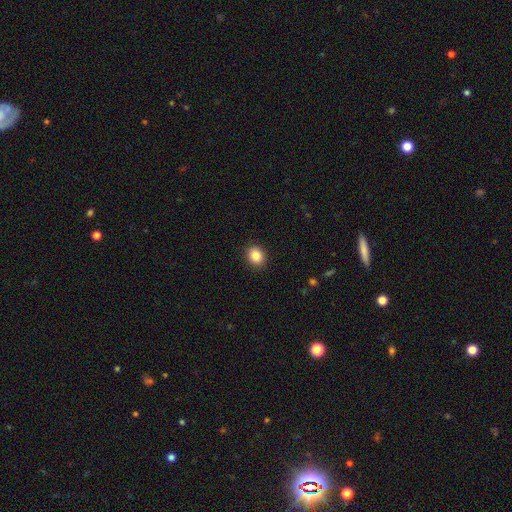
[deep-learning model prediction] smooth-or-featured: smooth: 85% | star or artifact: 10% | featured or disk: 5%
  how-rounded: round: 61% | in between: 38% | cigar-shaped: 1%
  merging: none: 91% | minor disturbance: 6% | major disturbance: 2% | merger: 1%